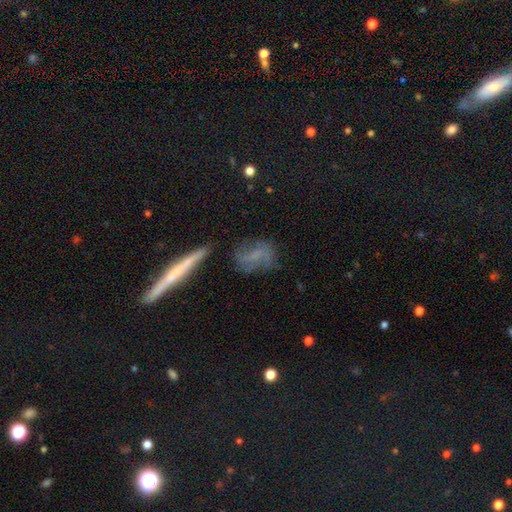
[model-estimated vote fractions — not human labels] featured or disk 53%, smooth 36%, star or artifact 11%. Down the decision tree: edge-on disk — no (80%); merging — none (63%).